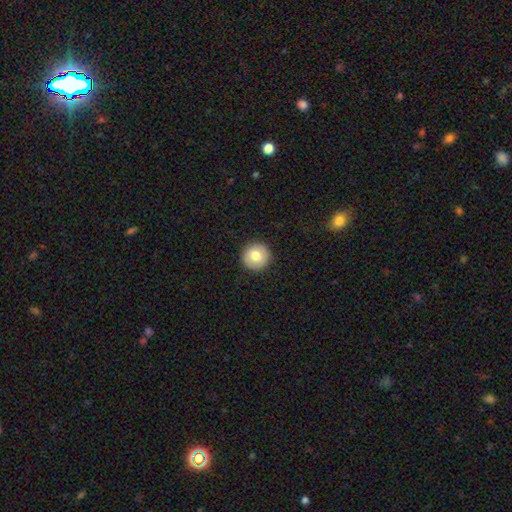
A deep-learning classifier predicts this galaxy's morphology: A smooth galaxy with no disk features (74%) that is round (94%).

Vote fractions:
- Smooth or featured? smooth: 74% / featured or disk: 18% / star or artifact: 8%
- How rounded? round: 94% / in between: 5% / cigar-shaped: 1%
- Merging? none: 91% / minor disturbance: 6% / major disturbance: 2% / merger: 1%